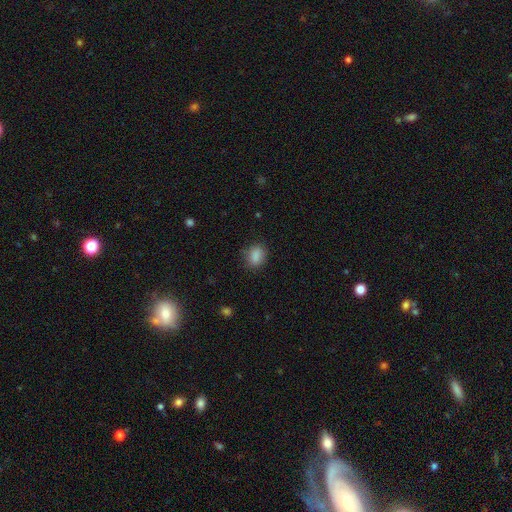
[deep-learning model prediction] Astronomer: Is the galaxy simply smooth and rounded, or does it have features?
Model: smooth — 86%.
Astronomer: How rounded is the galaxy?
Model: in between — 69%.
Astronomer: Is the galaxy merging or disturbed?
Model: none — 80%.